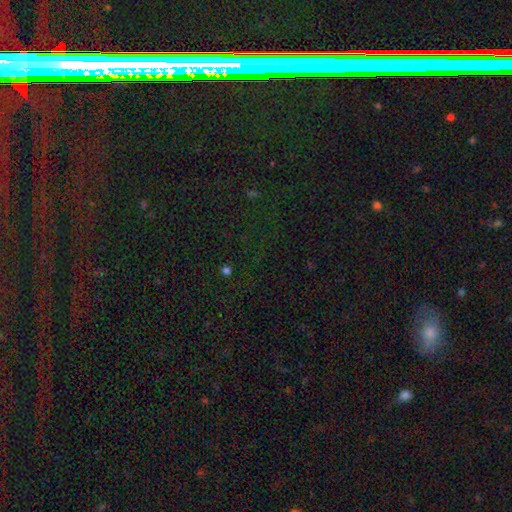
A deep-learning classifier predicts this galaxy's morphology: star or artifact 76%, featured or disk 12%, smooth 12%.